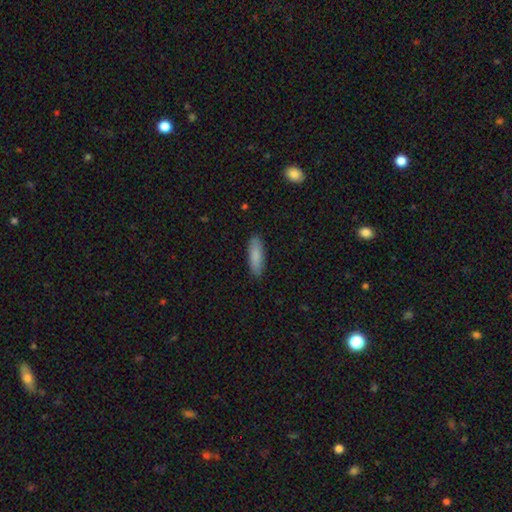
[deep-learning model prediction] smooth 86%, featured or disk 8%, star or artifact 6%. Down the decision tree: how rounded — cigar-shaped (53%); merging — none (88%).